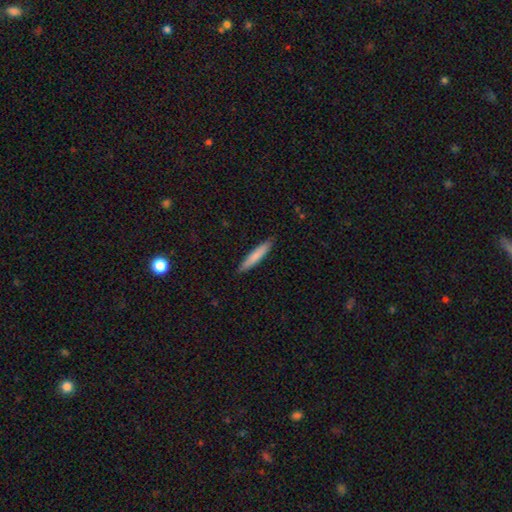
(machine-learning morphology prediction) Smooth or featured? Predicted: smooth (p=0.78). How rounded? Predicted: cigar-shaped (p=0.92). Merging? Predicted: none (p=0.90).